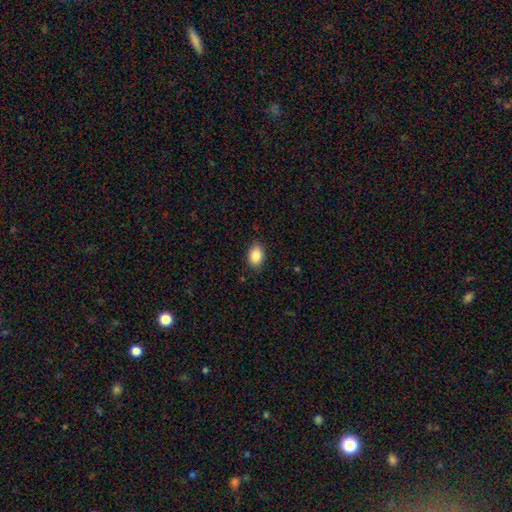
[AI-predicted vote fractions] Smooth or featured: smooth — 87% (star or artifact — 8%)
How rounded: in between — 82% (round — 17%)
Merging: none — 84% (minor disturbance — 12%)